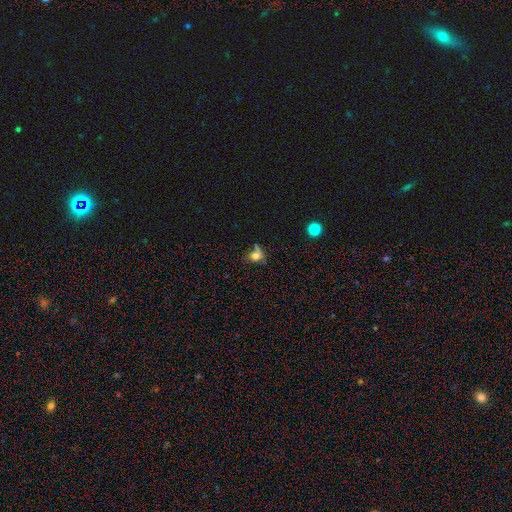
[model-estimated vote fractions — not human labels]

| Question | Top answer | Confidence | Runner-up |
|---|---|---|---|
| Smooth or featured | smooth | 67% | star or artifact (19%) |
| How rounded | round | 58% | in between (39%) |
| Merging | none | 46% | minor disturbance (22%) |